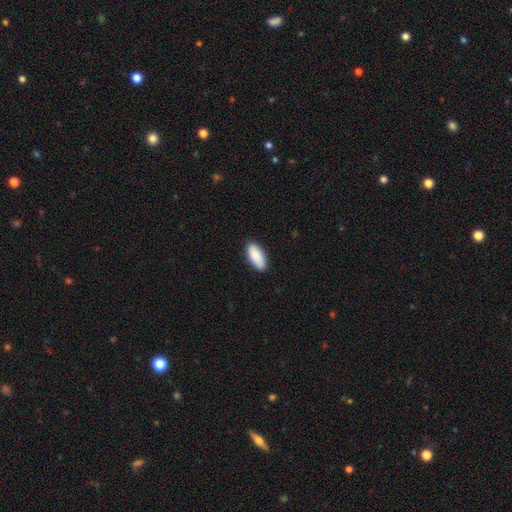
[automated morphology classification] smooth_or_featured: smooth (p=0.88) [alt: featured or disk p=0.07]
how_rounded: in between (p=0.88) [alt: cigar-shaped p=0.10]
merging: none (p=0.85) [alt: minor disturbance p=0.12]